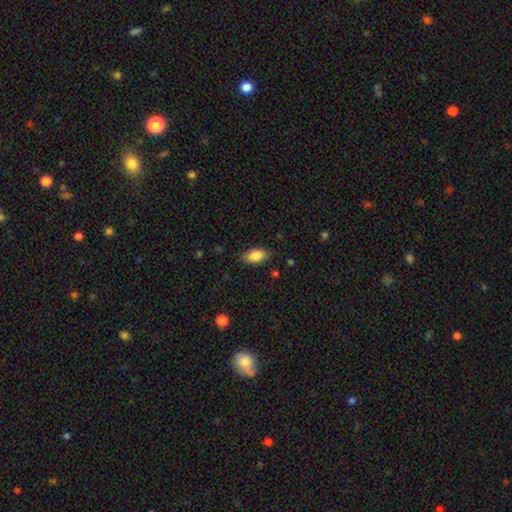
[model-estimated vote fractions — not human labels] Morphology: type=smooth (86%); roundness=in between (91%); merging=none (83%).